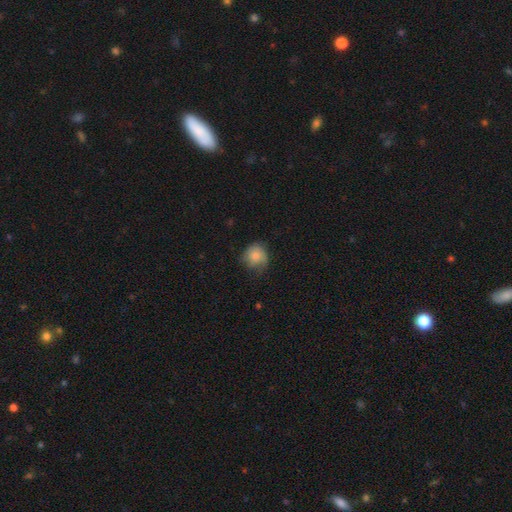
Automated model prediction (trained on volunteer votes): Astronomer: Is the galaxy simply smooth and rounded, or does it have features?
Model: smooth — 75%.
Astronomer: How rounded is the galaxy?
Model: round — 80%.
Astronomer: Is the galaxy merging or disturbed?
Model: none — 54% (runner-up: minor disturbance, 31%).